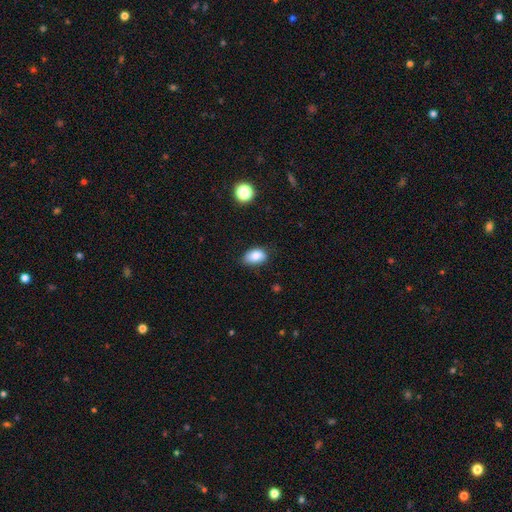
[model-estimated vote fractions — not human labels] This is clearly a smooth galaxy (86%). How rounded: clearly in between (88%). Merging: likely none (71%).